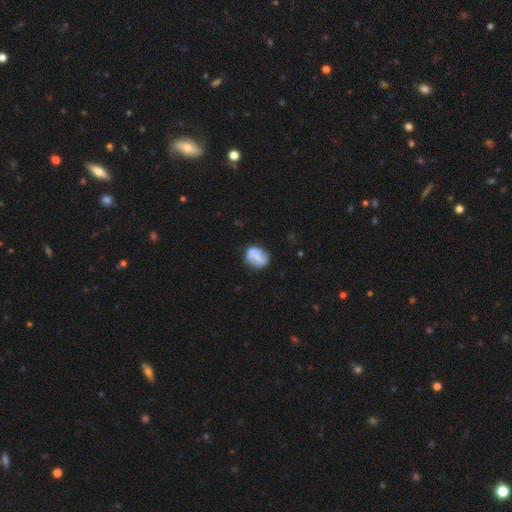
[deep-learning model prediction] smooth_or_featured: featured or disk (p=0.47) [alt: smooth p=0.45]
merging: none (p=0.53) [alt: minor disturbance p=0.25]